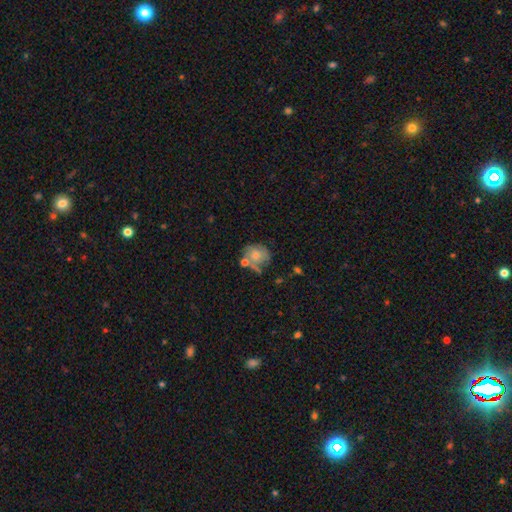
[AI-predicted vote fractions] Smooth or featured?
  - smooth: 55% *
  - featured or disk: 36%
  - star or artifact: 9%
How rounded?
  - round: 72% *
  - in between: 27%
  - cigar-shaped: 1%
Merging?
  - none: 44% *
  - minor disturbance: 25%
  - merger: 18%
  - major disturbance: 13%